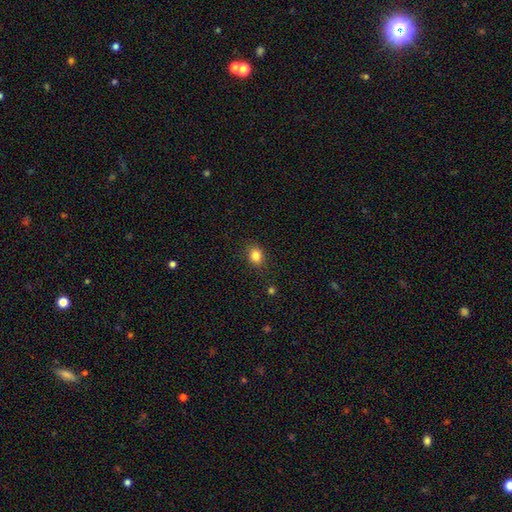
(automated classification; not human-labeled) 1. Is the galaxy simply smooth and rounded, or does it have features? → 83% smooth, 12% star or artifact, 6% featured or disk.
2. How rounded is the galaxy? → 59% round, 40% in between, 1% cigar-shaped.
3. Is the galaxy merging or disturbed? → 87% none, 9% minor disturbance, 2% major disturbance, 1% merger.